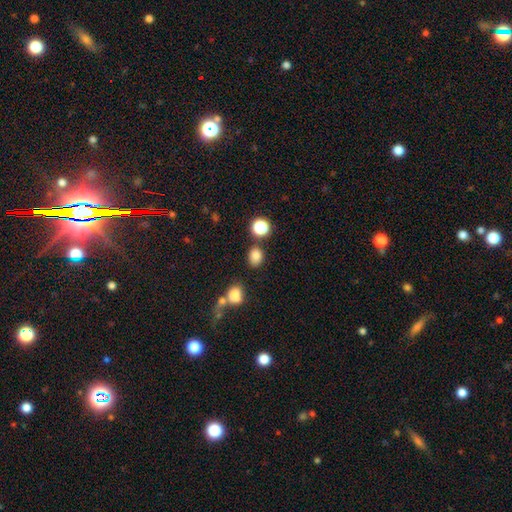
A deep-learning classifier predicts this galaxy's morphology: Q: Smooth or featured?
A: smooth (82%); runner-up: star or artifact (14%)
Q: How rounded?
A: round (50%); runner-up: in between (49%)
Q: Merging?
A: none (76%); runner-up: minor disturbance (12%)